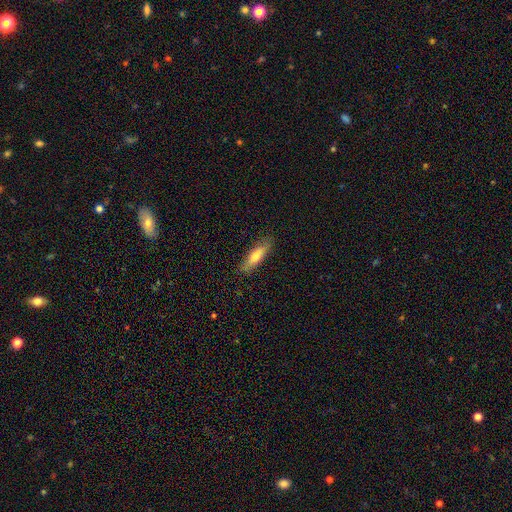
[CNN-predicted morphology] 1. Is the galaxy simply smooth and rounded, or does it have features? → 68% smooth, 26% featured or disk, 6% star or artifact.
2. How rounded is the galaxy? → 68% cigar-shaped, 30% in between, 2% round.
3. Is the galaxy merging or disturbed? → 84% none, 13% minor disturbance, 3% major disturbance, 1% merger.